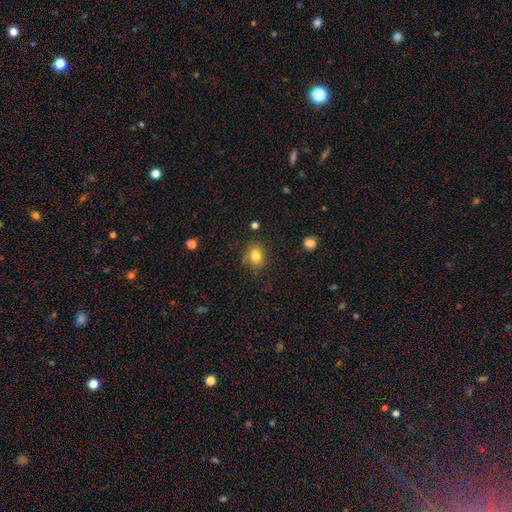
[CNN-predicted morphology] This is clearly a smooth galaxy (81%). How rounded: possibly round (57%). Merging: likely none (77%).